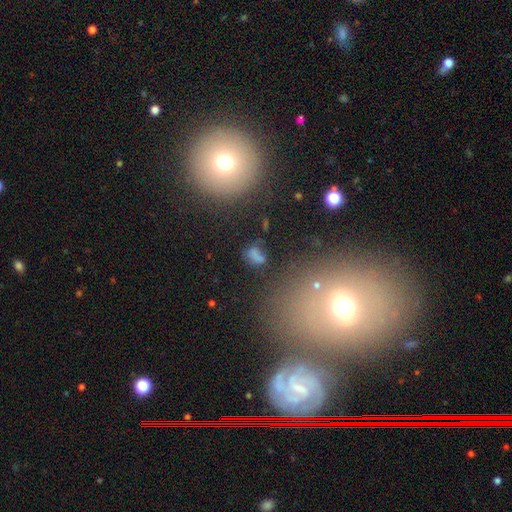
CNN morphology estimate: smooth 61%, star or artifact 23%, featured or disk 16%. Down the decision tree: how rounded — in between (74%); merging — none (48%).